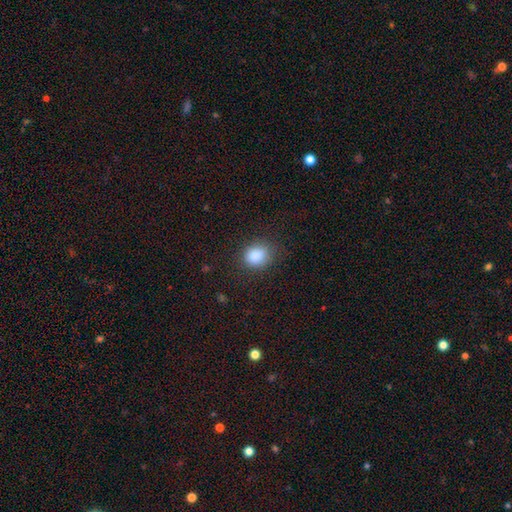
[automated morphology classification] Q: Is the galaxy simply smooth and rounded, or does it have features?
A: smooth — 87%.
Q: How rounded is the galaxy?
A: round — 53%.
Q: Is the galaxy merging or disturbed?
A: none — 79%.